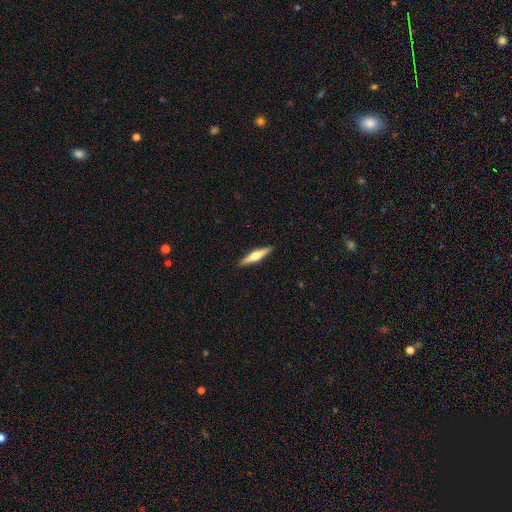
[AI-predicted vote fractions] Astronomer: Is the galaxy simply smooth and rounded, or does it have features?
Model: featured or disk — 56% (runner-up: smooth, 38%).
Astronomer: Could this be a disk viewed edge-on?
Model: yes — 97%.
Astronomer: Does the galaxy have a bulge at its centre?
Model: rounded — 92%.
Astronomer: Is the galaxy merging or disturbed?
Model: none — 91%.